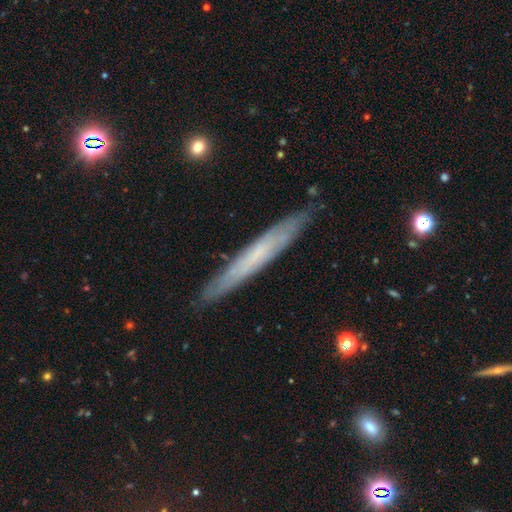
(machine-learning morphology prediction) A featured or disk galaxy (54%) viewed edge-on (85%).

Vote fractions:
- Smooth or featured? featured or disk: 54% / smooth: 39% / star or artifact: 7%
- Edge-on disk? yes: 85% / no: 15%
- Merging? none: 87% / minor disturbance: 10% / major disturbance: 2% / merger: 1%